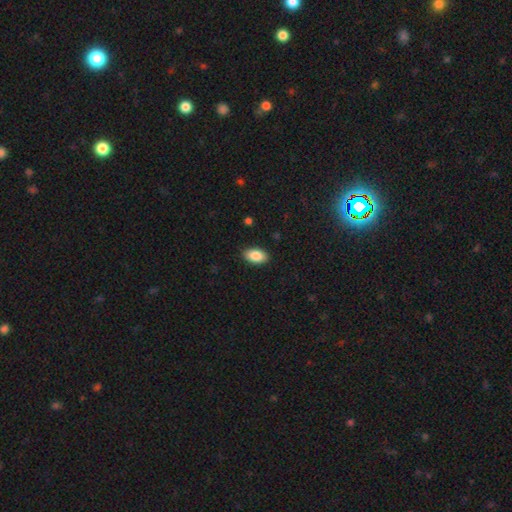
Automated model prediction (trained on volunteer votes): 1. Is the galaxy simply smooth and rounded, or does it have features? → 87% smooth, 7% star or artifact, 6% featured or disk.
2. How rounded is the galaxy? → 93% in between, 5% round, 2% cigar-shaped.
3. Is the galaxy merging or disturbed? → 90% none, 8% minor disturbance, 2% major disturbance, 1% merger.